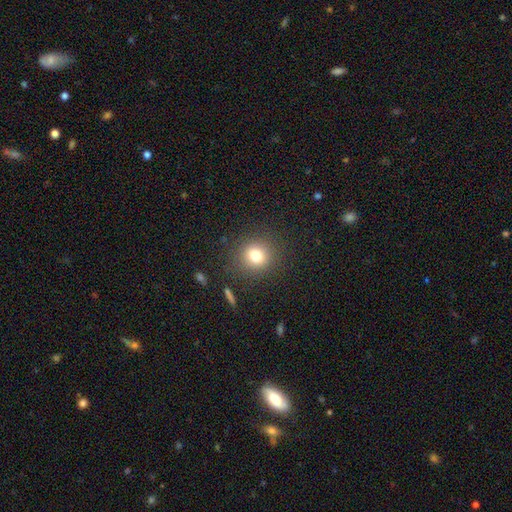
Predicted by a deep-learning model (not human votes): The model was most divided on "smooth or featured": smooth: 77%, star or artifact: 14%, featured or disk: 10%. More confident: how rounded — round (87%); merging — none (87%).